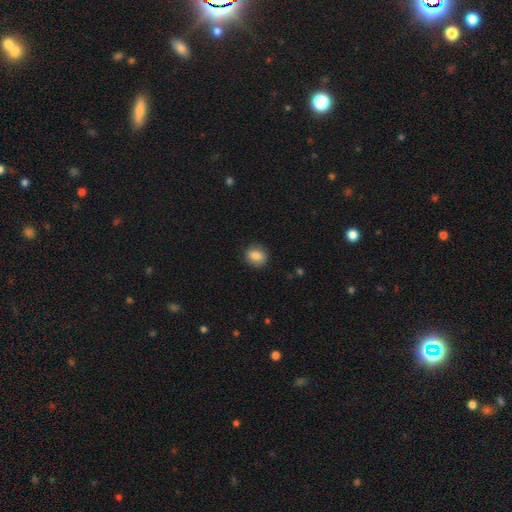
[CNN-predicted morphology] A smooth galaxy with no disk features (84%) that is round (61%).

Vote fractions:
- Smooth or featured? smooth: 84% / star or artifact: 8% / featured or disk: 8%
- How rounded? round: 61% / in between: 38% / cigar-shaped: 1%
- Merging? none: 86% / minor disturbance: 10% / major disturbance: 3% / merger: 1%